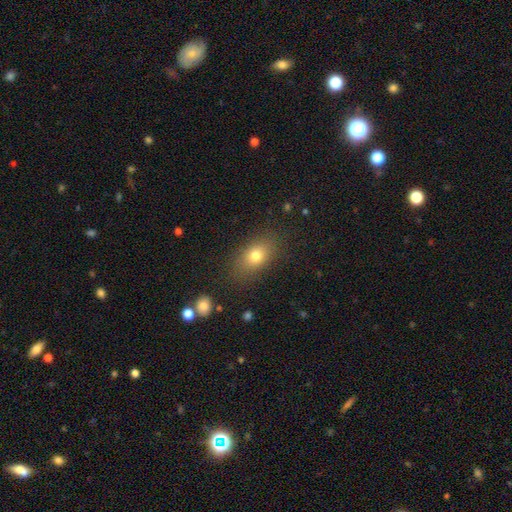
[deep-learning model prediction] This is likely a smooth galaxy (76%). How rounded: likely in between (77%). Merging: clearly none (82%).